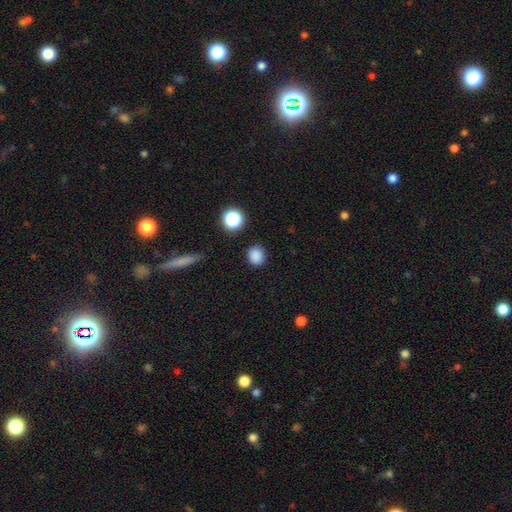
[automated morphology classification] A smooth galaxy with no disk features (84%) that is round (78%). Merging: none (85%).